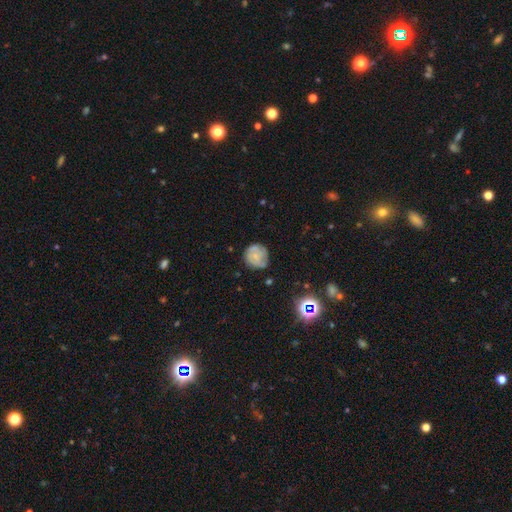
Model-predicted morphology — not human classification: Smooth or featured?
  - featured or disk: 45% * (tied)
  - smooth: 45% * (tied)
  - star or artifact: 10%
Merging?
  - none: 68% *
  - minor disturbance: 23%
  - major disturbance: 7%
  - merger: 2%